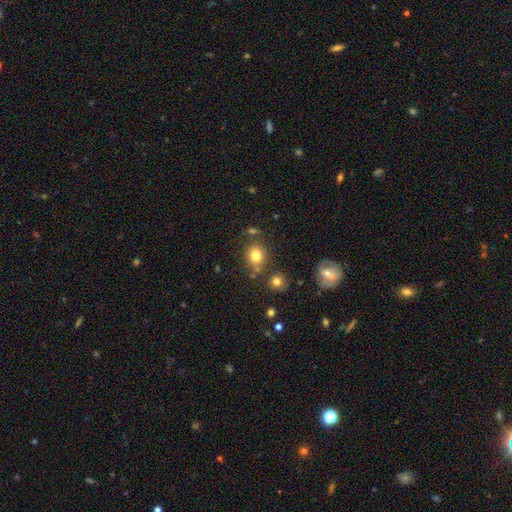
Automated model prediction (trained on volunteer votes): A smooth galaxy with no disk features (79%) that is round (68%). Merging: none (71%).